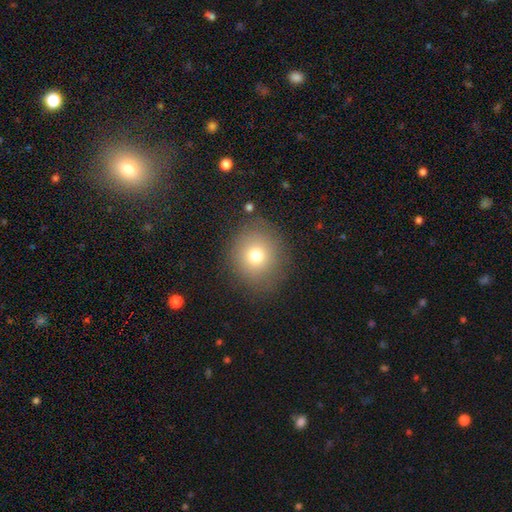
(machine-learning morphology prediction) Smooth or featured? Predicted: smooth (p=0.75). How rounded? Predicted: round (p=0.82). Merging? Predicted: none (p=0.84).